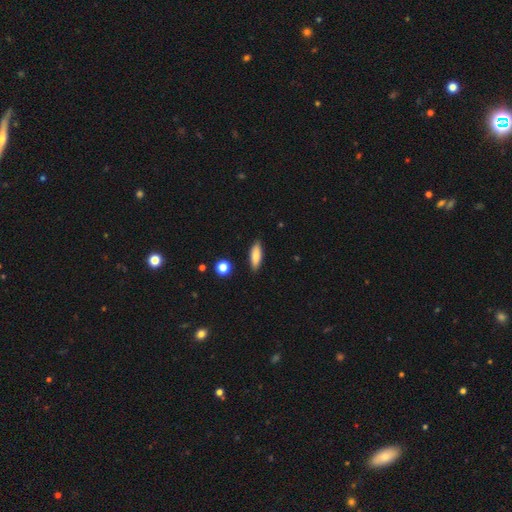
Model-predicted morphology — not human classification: smooth 83%, featured or disk 11%, star or artifact 7%. Down the decision tree: how rounded — in between (55%); merging — none (87%).